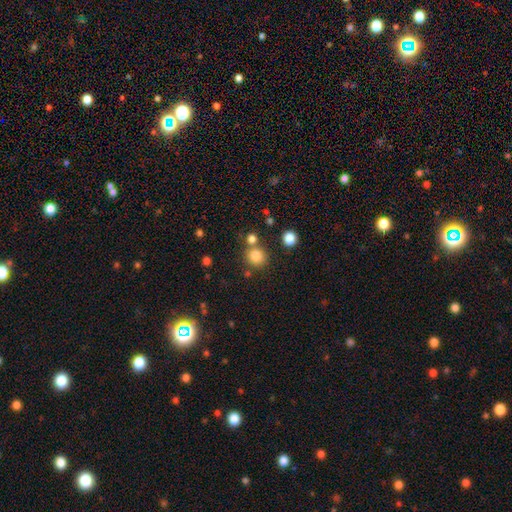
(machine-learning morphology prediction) Smooth or featured? smooth (81%)
How rounded? round (89%)
Merging? none (73%)